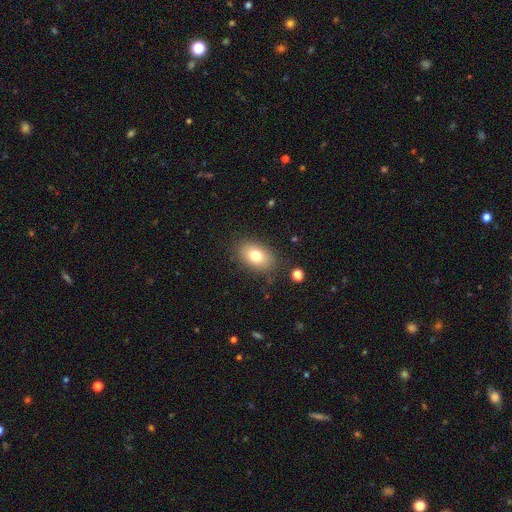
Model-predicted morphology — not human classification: This is likely a smooth galaxy (78%). How rounded: clearly in between (85%). Merging: clearly none (83%).